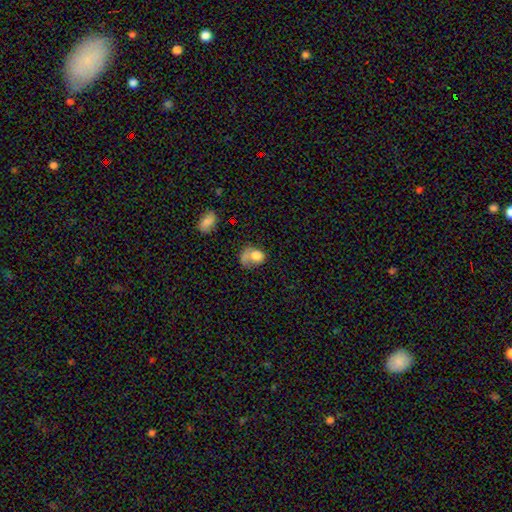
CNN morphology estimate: type=smooth (65%); roundness=round (51%); merging=major disturbance (40%).